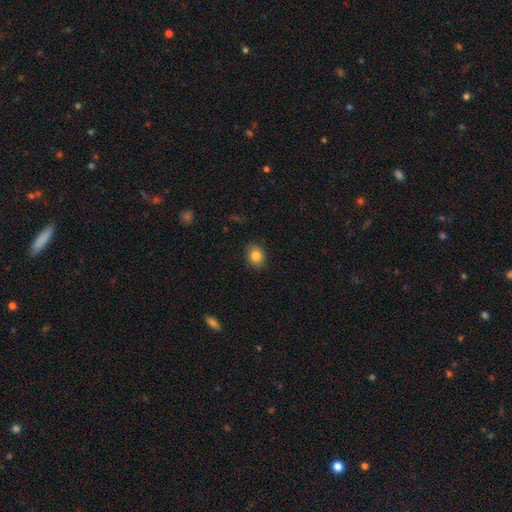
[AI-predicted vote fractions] Morphology: type=smooth (83%); roundness=in between (54%); merging=none (88%).